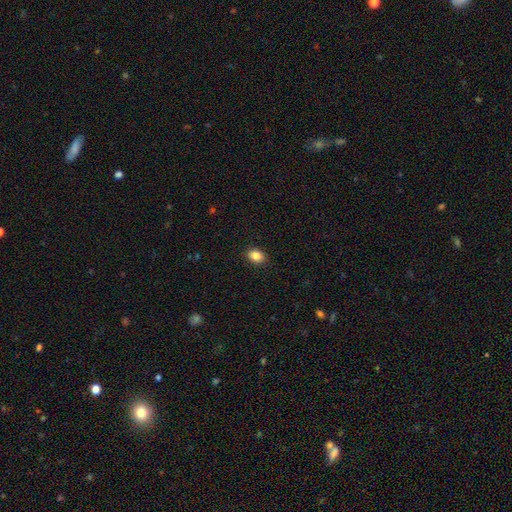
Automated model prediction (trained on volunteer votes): A smooth galaxy with no disk features (86%) that is in between round and cigar-shaped (65%).

Vote fractions:
- Smooth or featured? smooth: 86% / star or artifact: 9% / featured or disk: 5%
- How rounded? in between: 65% / round: 34% / cigar-shaped: 1%
- Merging? none: 90% / minor disturbance: 8% / major disturbance: 2% / merger: 1%